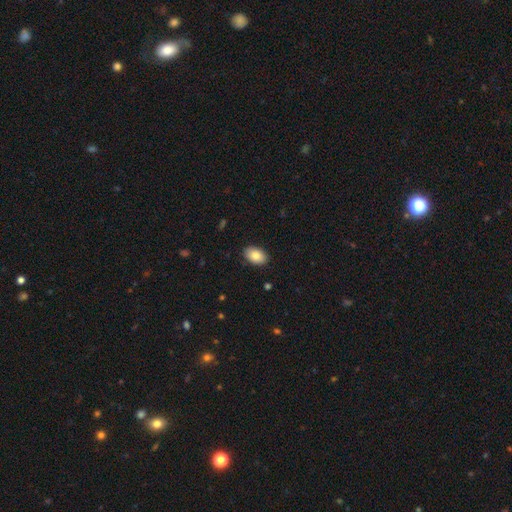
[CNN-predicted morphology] This appears to be a smooth galaxy with no disk features (86%) that is in between round and cigar-shaped (90%). Merging: none (89%).